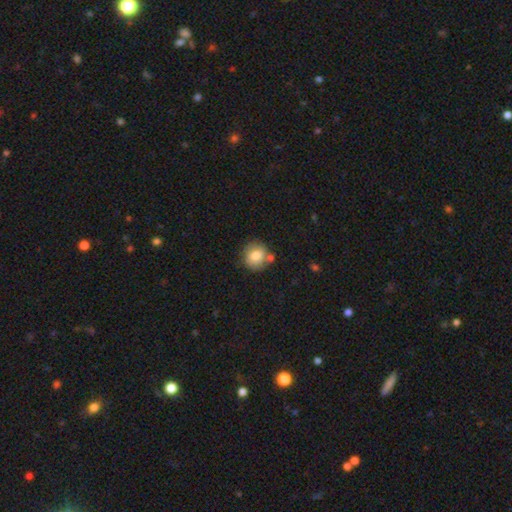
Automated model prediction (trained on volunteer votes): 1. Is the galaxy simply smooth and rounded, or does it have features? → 79% smooth, 12% featured or disk, 9% star or artifact.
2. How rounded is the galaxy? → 87% round, 12% in between, 1% cigar-shaped.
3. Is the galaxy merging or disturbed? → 72% none, 13% minor disturbance, 11% merger, 3% major disturbance.